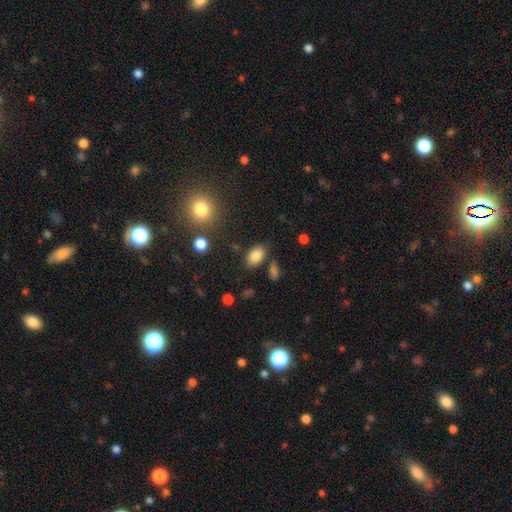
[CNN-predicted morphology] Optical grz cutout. It shows a smooth galaxy with no disk features (84%) that is in between round and cigar-shaped (89%). Merging: none (79%).